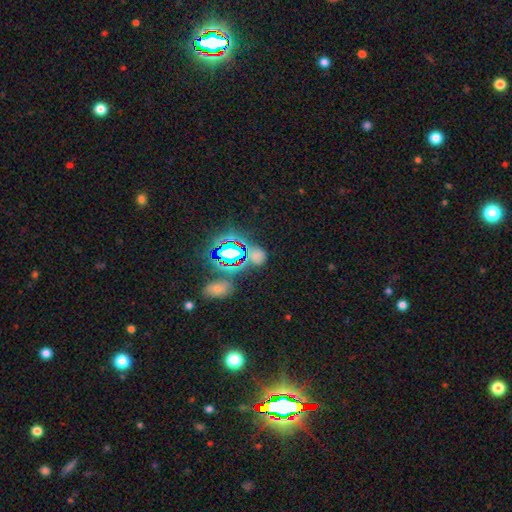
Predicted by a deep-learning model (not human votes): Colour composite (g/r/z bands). It shows a star or artifact, not a galaxy (52%).